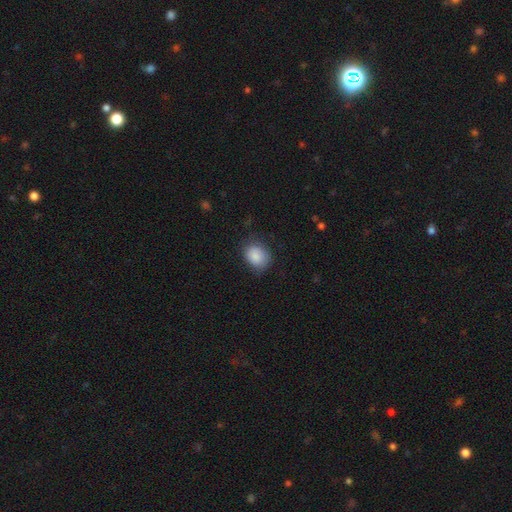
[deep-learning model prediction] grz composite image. It shows a smooth galaxy with no disk features (87%) that is in between round and cigar-shaped (51%). Merging: none (72%).